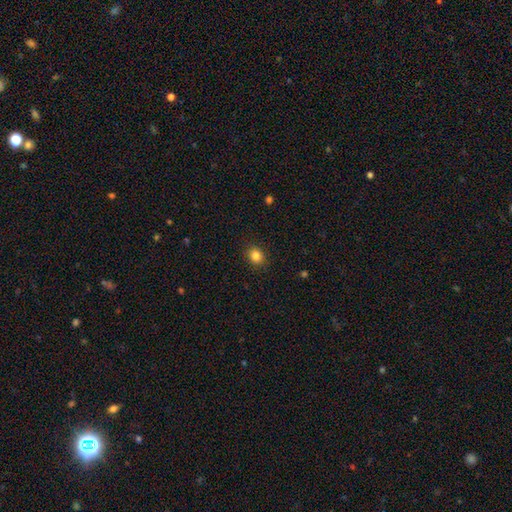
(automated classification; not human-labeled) Smooth or featured? smooth (85%)
How rounded? round (70%)
Merging? none (89%)